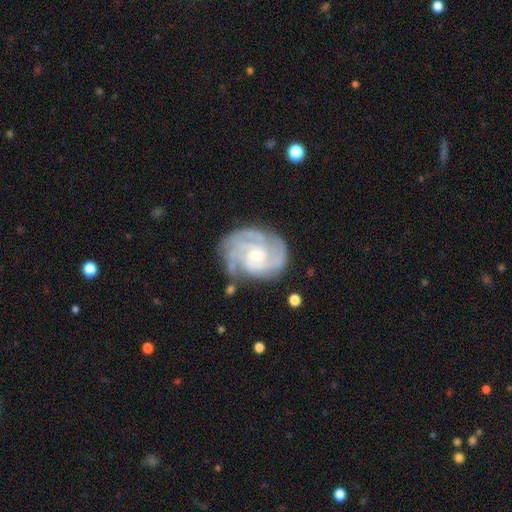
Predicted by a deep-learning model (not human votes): Smooth or featured? Predicted: featured or disk (p=0.87). Edge-on disk? Predicted: no (p=0.98). Bar? Predicted: no (p=0.66). Spiral arms? Predicted: yes (p=0.97). Spiral winding? Predicted: tight (p=0.64). Spiral arm count? Predicted: 3 (p=0.32). Bulge size? Predicted: small (p=0.61). Merging? Predicted: none (p=0.71).